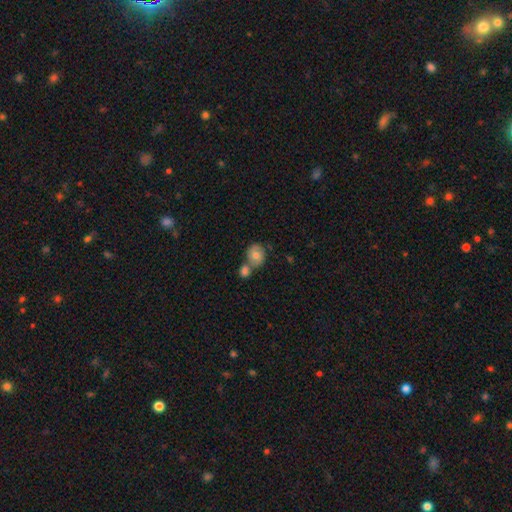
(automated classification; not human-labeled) Smooth or featured: smooth — 67% (featured or disk — 24%)
How rounded: round — 66% (in between — 33%)
Merging: merger — 46% (none — 39%)